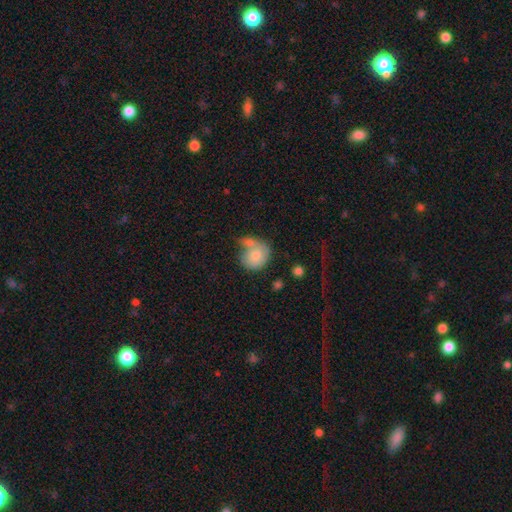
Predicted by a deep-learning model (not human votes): Smooth or featured?
  - smooth: 76% *
  - featured or disk: 17%
  - star or artifact: 7%
How rounded?
  - round: 71% *
  - in between: 28%
  - cigar-shaped: 1%
Merging?
  - merger: 44% *
  - none: 31%
  - minor disturbance: 17%
  - major disturbance: 9%